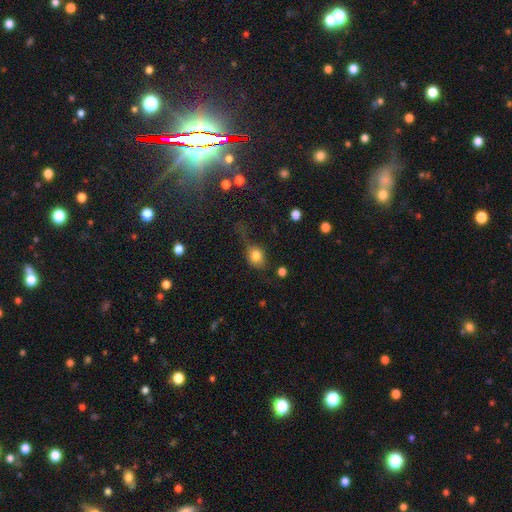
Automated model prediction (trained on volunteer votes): smooth 77%, featured or disk 11%, star or artifact 11%. Down the decision tree: how rounded — round (57%); merging — none (42%).